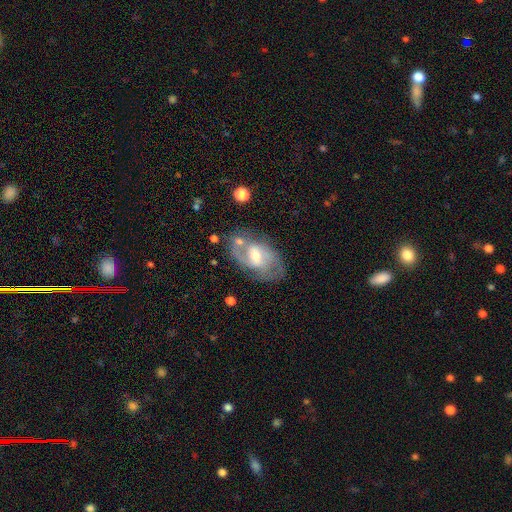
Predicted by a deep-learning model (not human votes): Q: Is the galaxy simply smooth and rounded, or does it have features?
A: featured or disk — 76%.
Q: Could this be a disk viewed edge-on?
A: no — 95%.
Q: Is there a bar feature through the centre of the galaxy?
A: weak — 51%.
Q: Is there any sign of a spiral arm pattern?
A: yes — 86%.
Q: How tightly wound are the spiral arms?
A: medium — 50%.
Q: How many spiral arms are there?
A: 2 — 72%.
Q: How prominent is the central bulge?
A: moderate — 64%.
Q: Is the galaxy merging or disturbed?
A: none — 62%.